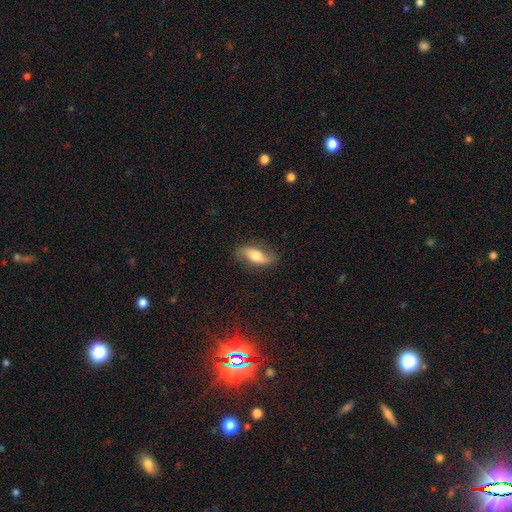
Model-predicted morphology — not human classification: smooth 48%, featured or disk 44%, star or artifact 7%. Down the decision tree: merging — none (78%).